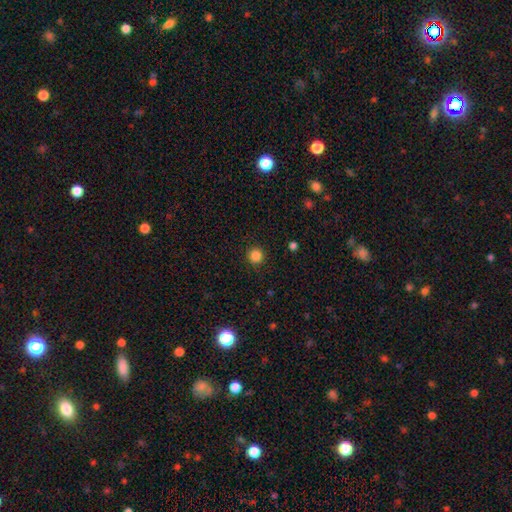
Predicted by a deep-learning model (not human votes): smooth-or-featured: smooth: 85% | star or artifact: 12% | featured or disk: 3%
  how-rounded: round: 95% | in between: 4% | cigar-shaped: 1%
  merging: none: 91% | minor disturbance: 6% | major disturbance: 2% | merger: 1%